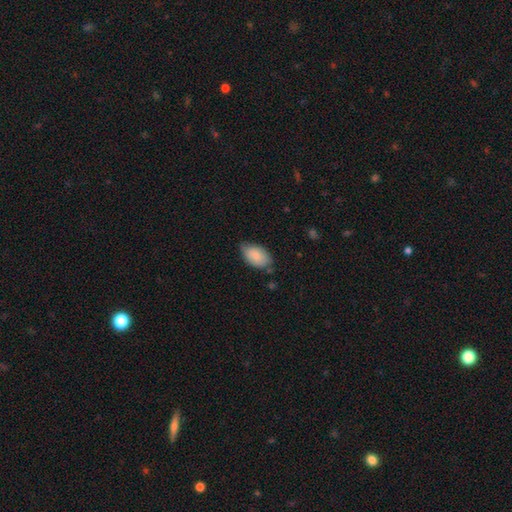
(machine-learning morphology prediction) A smooth galaxy with no disk features (84%) that is in between round and cigar-shaped (93%). Merging: none (61%).